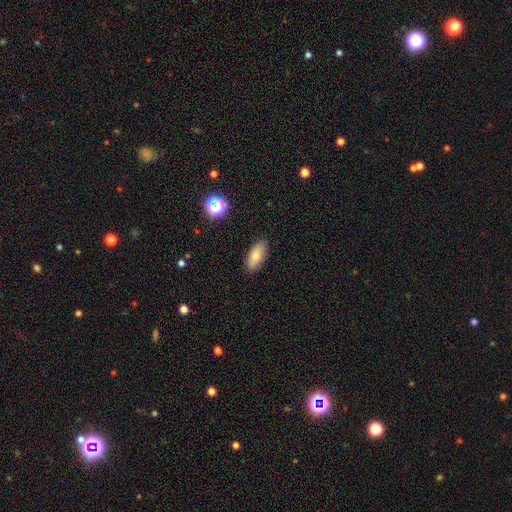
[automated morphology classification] A smooth galaxy with no disk features (80%) that is in between round and cigar-shaped (86%). Merging: none (88%).